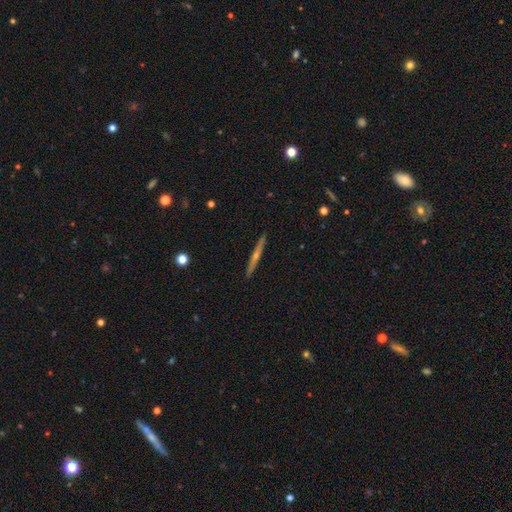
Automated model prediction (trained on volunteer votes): Smooth or featured? Predicted: featured or disk (p=0.71). Edge-on disk? Predicted: yes (p=0.98). Edge-on bulge? Predicted: rounded (p=0.74). Merging? Predicted: none (p=0.91).